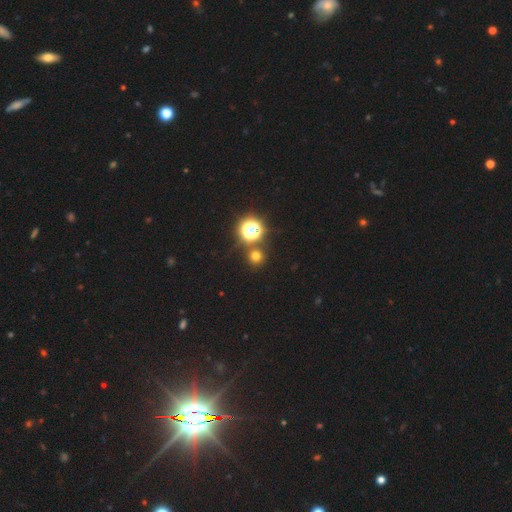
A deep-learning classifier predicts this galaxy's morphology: Smooth or featured? Predicted: smooth (p=0.64). How rounded? Predicted: round (p=0.94). Merging? Predicted: none (p=0.84).